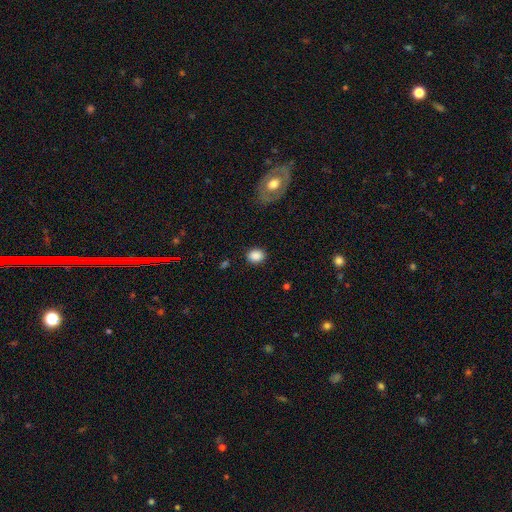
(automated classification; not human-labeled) This is clearly a smooth galaxy (87%). How rounded: possibly round (59%). Merging: clearly none (86%).